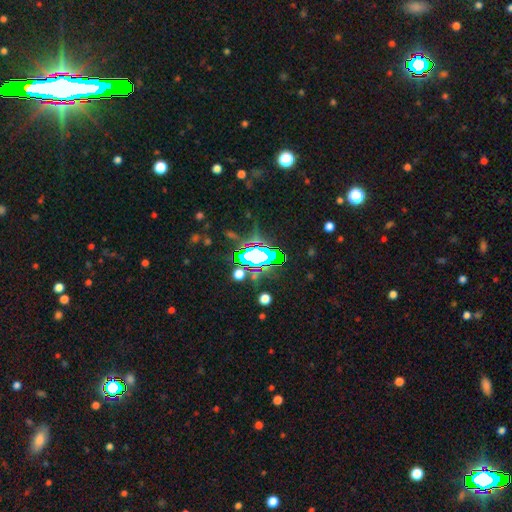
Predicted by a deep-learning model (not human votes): Morphology: type=star or artifact (63%).